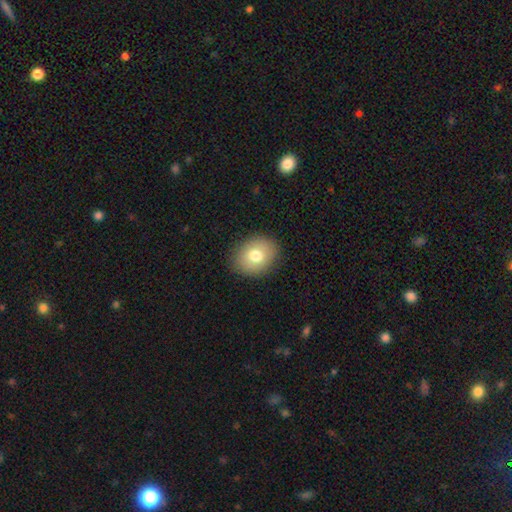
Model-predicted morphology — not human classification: Overall: smooth (75%). How rounded: in between (54%; round 45%). Merging: none (87%).